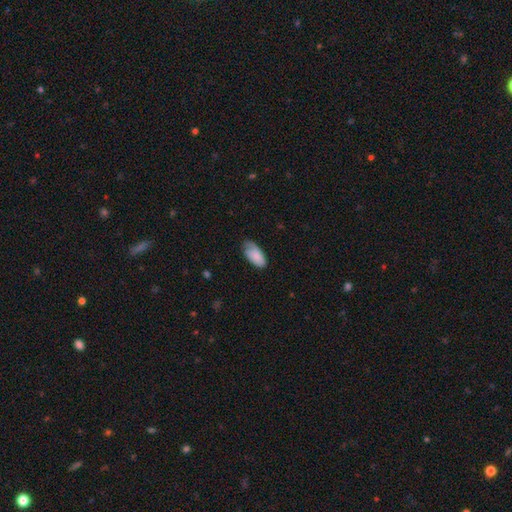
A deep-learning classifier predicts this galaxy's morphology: smooth-or-featured: smooth: 81% | featured or disk: 13% | star or artifact: 6%
  how-rounded: in between: 93% | cigar-shaped: 5% | round: 2%
  merging: none: 54% | minor disturbance: 35% | major disturbance: 9% | merger: 2%